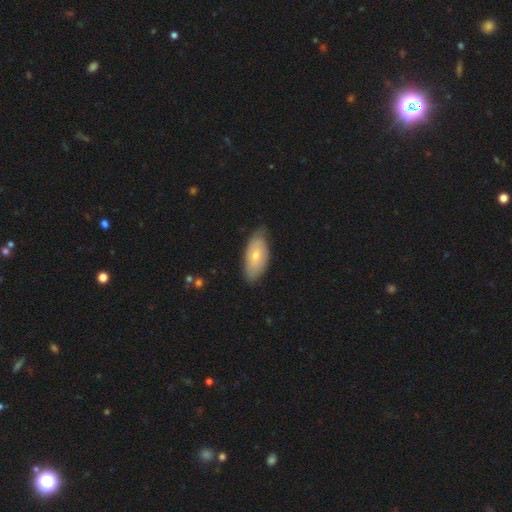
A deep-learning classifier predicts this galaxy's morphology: Smooth or featured? smooth (58%)
How rounded? in between (91%)
Merging? none (70%)